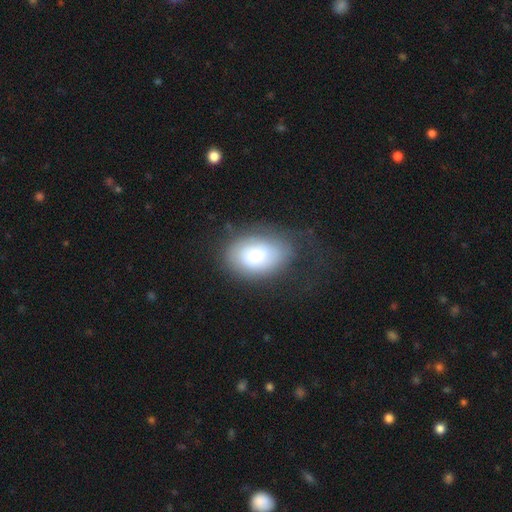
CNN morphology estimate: This appears to be a smooth galaxy with no disk features (66%) that is in between round and cigar-shaped (78%). Merging: none (54%).